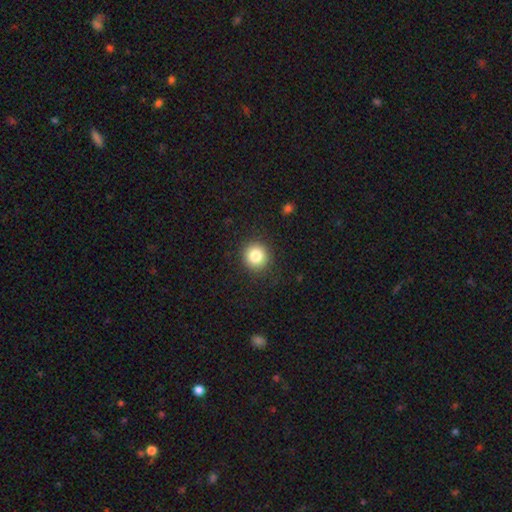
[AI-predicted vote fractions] A smooth galaxy with no disk features (83%) that is round (93%).

Vote fractions:
- Smooth or featured? smooth: 83% / star or artifact: 10% / featured or disk: 7%
- How rounded? round: 93% / in between: 6% / cigar-shaped: 1%
- Merging? none: 90% / minor disturbance: 7% / major disturbance: 2% / merger: 1%